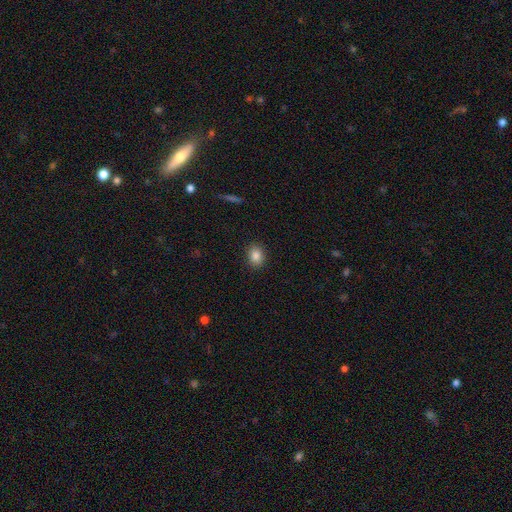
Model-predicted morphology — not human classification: This appears to be a smooth galaxy with no disk features (85%) that is in between round and cigar-shaped (56%). Merging: none (89%).